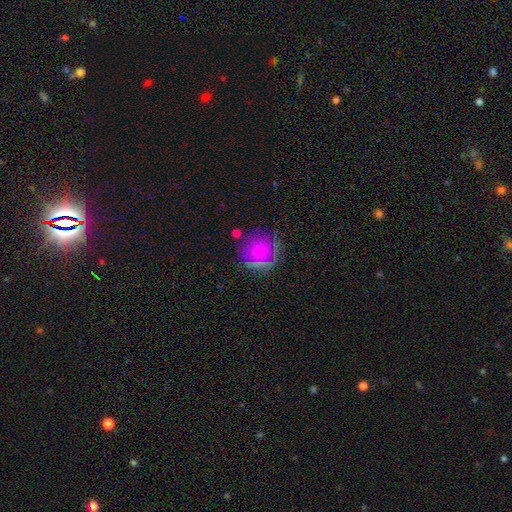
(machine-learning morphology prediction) smooth 60%, featured or disk 30%, star or artifact 10%. Down the decision tree: how rounded — round (92%); merging — none (70%).